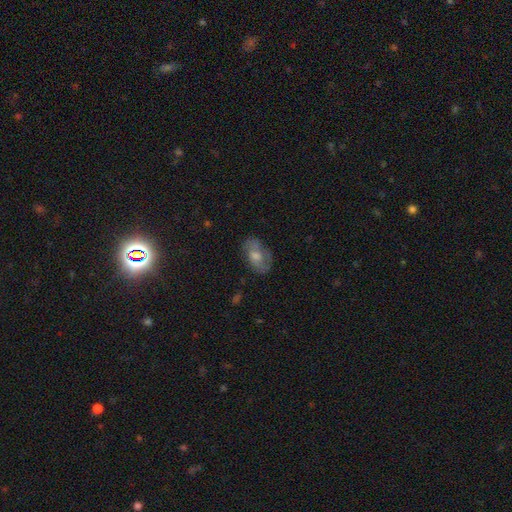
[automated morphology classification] type=smooth (44%); merging=none (74%).